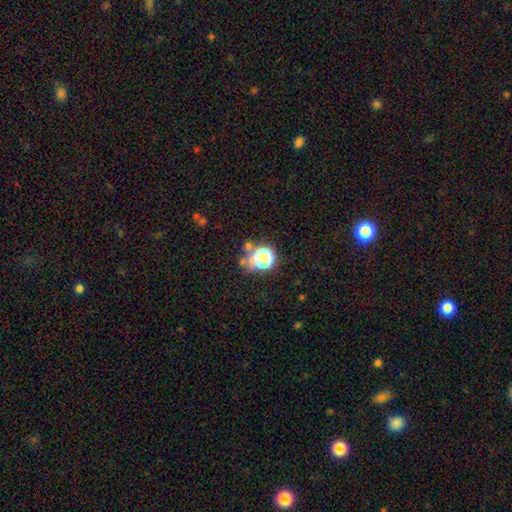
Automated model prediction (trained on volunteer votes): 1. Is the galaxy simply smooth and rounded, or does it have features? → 52% star or artifact, 42% smooth, 7% featured or disk.